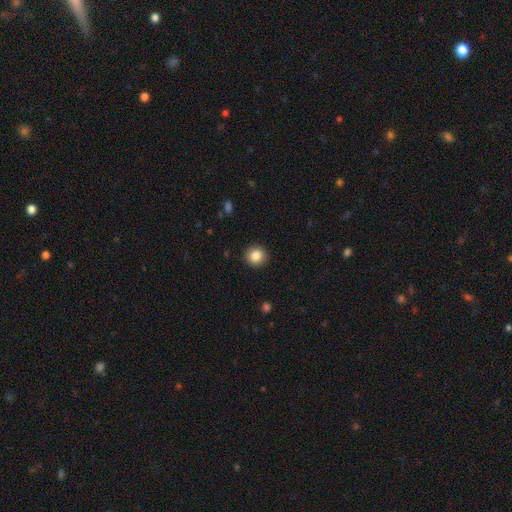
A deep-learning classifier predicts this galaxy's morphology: smooth_or_featured: smooth (p=0.85) [alt: star or artifact p=0.09]
how_rounded: round (p=0.89) [alt: in between p=0.10]
merging: none (p=0.91) [alt: minor disturbance p=0.06]